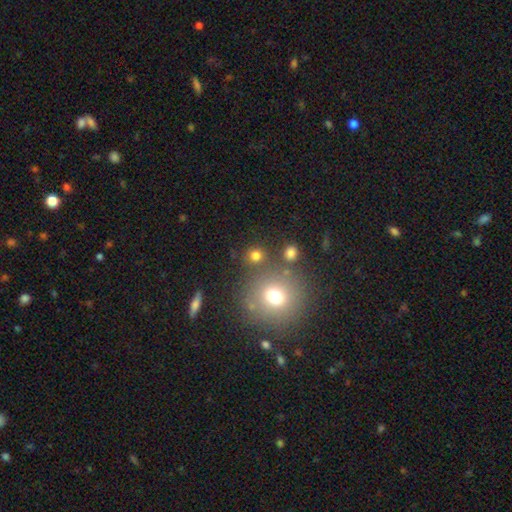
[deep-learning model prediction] Smooth or featured? smooth (75%)
How rounded? round (89%)
Merging? none (75%)